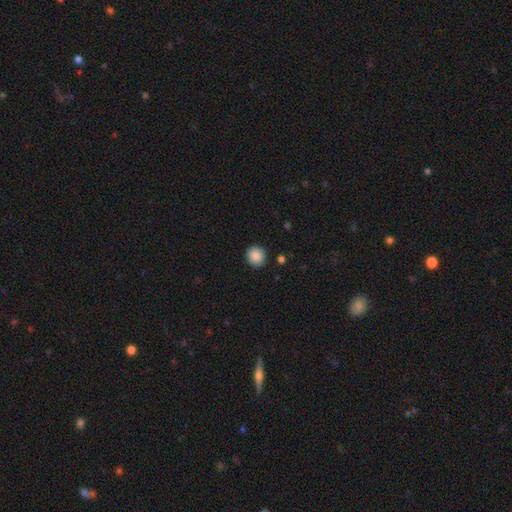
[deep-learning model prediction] Smooth or featured? Predicted: smooth (p=0.89). How rounded? Predicted: round (p=0.88). Merging? Predicted: none (p=0.90).